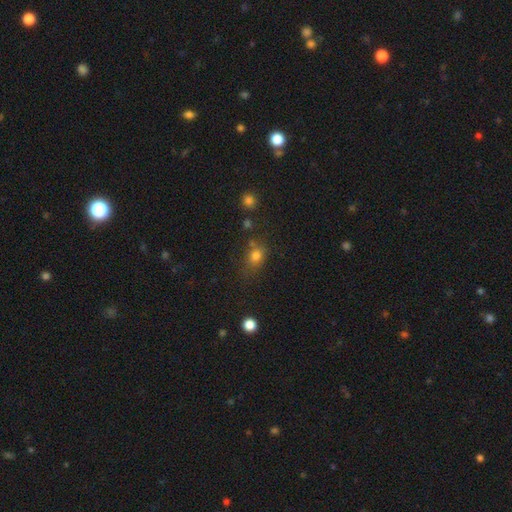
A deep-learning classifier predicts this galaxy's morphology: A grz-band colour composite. It shows a smooth galaxy with no disk features (78%) that is round (51%). Merging: none (58%).